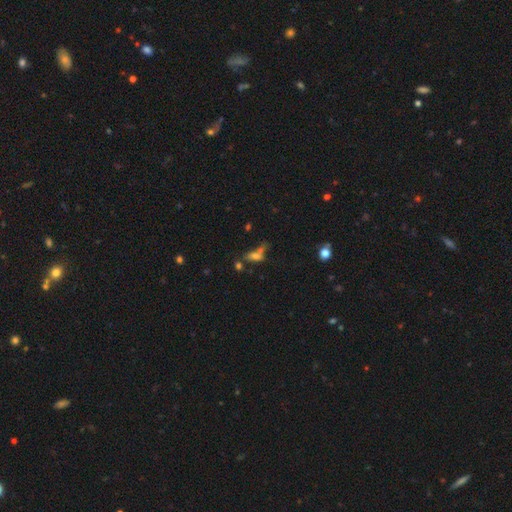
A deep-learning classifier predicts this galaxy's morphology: smooth-or-featured: smooth: 58% | featured or disk: 23% | star or artifact: 20%
  how-rounded: in between: 68% | cigar-shaped: 21% | round: 10%
  merging: none: 33% | merger: 31% | major disturbance: 19% | minor disturbance: 17%